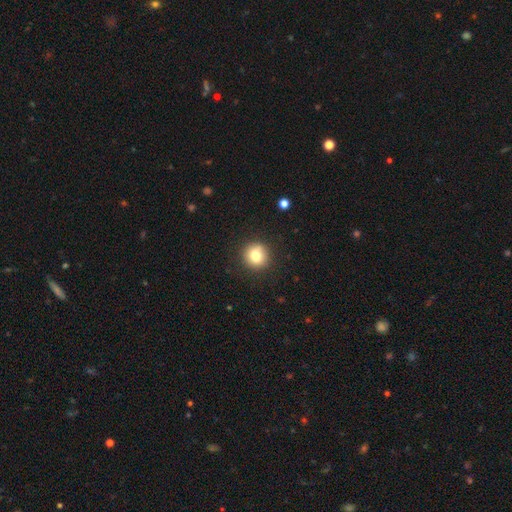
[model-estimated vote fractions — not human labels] smooth_or_featured: smooth (p=0.79) [alt: star or artifact p=0.11]
how_rounded: round (p=0.92) [alt: in between p=0.07]
merging: none (p=0.89) [alt: minor disturbance p=0.07]